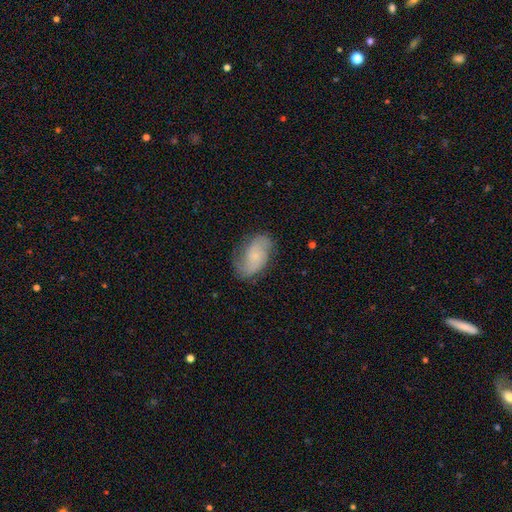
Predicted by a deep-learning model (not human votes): Q: Smooth or featured?
A: featured or disk (63%); runner-up: smooth (30%)
Q: Edge-on disk?
A: no (96%); runner-up: yes (4%)
Q: Bar?
A: no (72%); runner-up: weak (24%)
Q: Spiral arms?
A: yes (91%); runner-up: no (9%)
Q: Spiral winding?
A: medium (42%); runner-up: tight (30%)
Q: Spiral arm count?
A: 2 (73%); runner-up: can't tell (15%)
Q: Bulge size?
A: small (73%); runner-up: moderate (14%)
Q: Merging?
A: none (72%); runner-up: minor disturbance (20%)